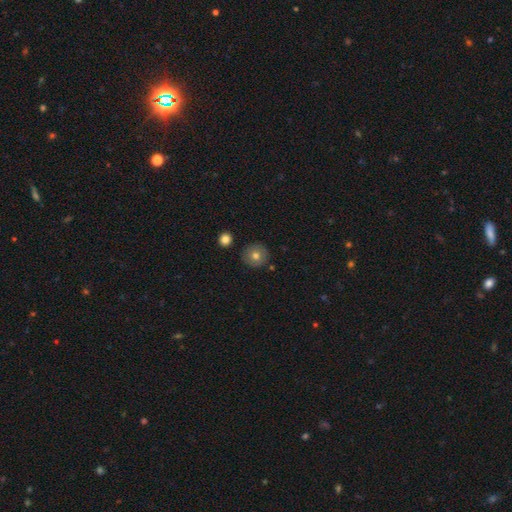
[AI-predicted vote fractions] smooth 73%, featured or disk 18%, star or artifact 9%. Down the decision tree: how rounded — round (94%); merging — none (89%).